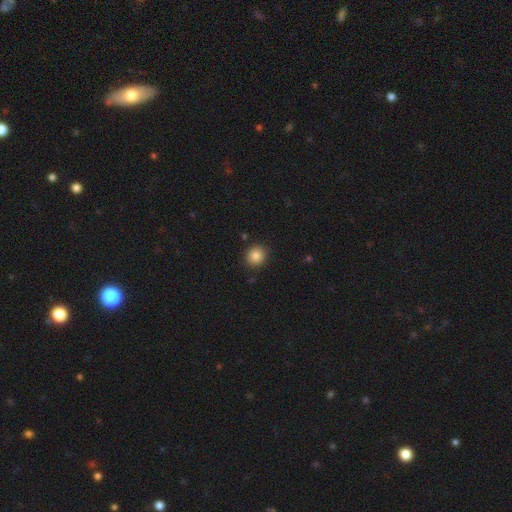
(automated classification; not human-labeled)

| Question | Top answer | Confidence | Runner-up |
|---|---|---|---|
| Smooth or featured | smooth | 85% | star or artifact (11%) |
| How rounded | round | 85% | in between (14%) |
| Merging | none | 89% | minor disturbance (7%) |